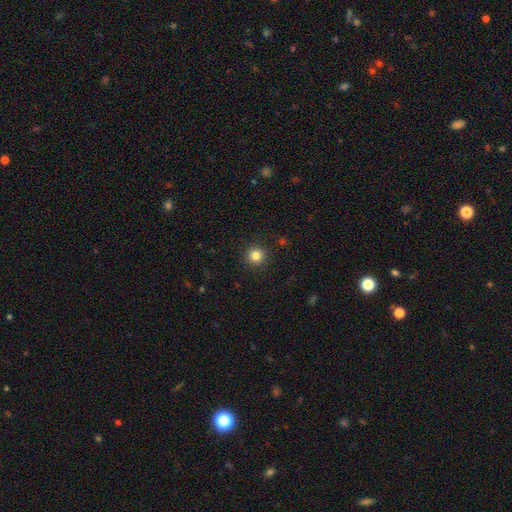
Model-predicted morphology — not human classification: Q: Smooth or featured?
A: smooth (83%); runner-up: star or artifact (12%)
Q: How rounded?
A: round (95%); runner-up: in between (4%)
Q: Merging?
A: none (93%); runner-up: minor disturbance (5%)